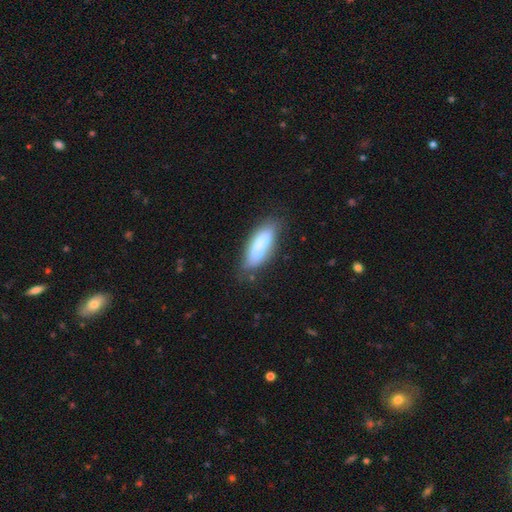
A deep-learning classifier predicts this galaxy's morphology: Overall: smooth (63%; featured or disk 30%). How rounded: in between (66%; cigar-shaped 31%). Merging: none (43%; merger 29%).